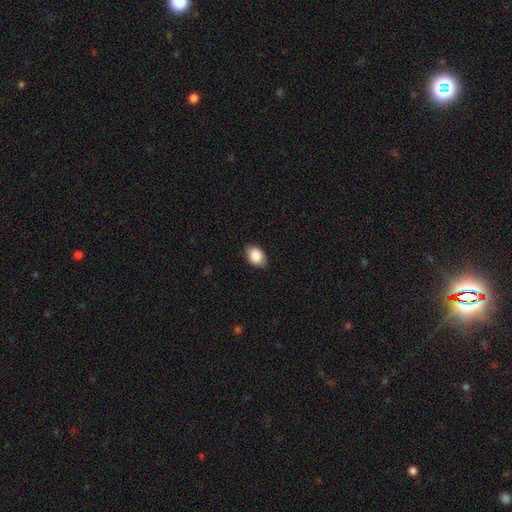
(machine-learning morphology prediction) Q: Smooth or featured?
A: smooth (88%); runner-up: star or artifact (7%)
Q: How rounded?
A: in between (82%); runner-up: round (17%)
Q: Merging?
A: none (83%); runner-up: minor disturbance (13%)